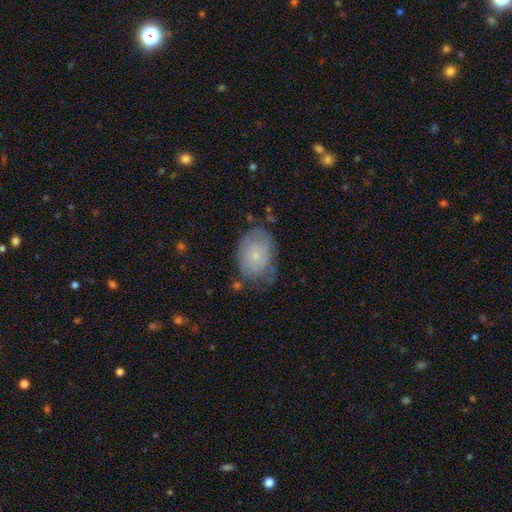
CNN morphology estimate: Smooth or featured? Predicted: smooth (p=0.55). How rounded? Predicted: in between (p=0.79). Merging? Predicted: none (p=0.54).